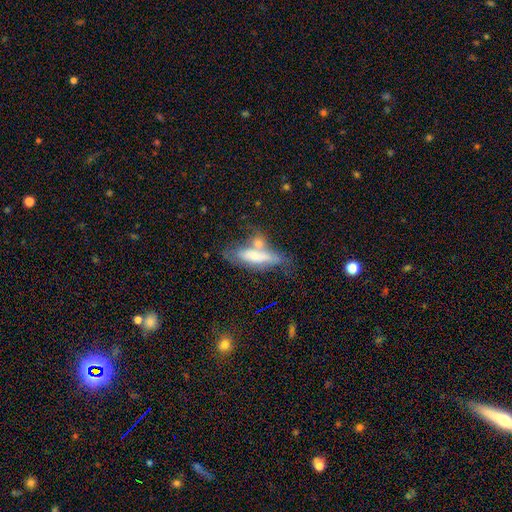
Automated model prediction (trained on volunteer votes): smooth-or-featured: smooth: 55% | featured or disk: 38% | star or artifact: 8%
  how-rounded: cigar-shaped: 53% | in between: 44% | round: 3%
  merging: none: 35% | merger: 33% | minor disturbance: 20% | major disturbance: 12%